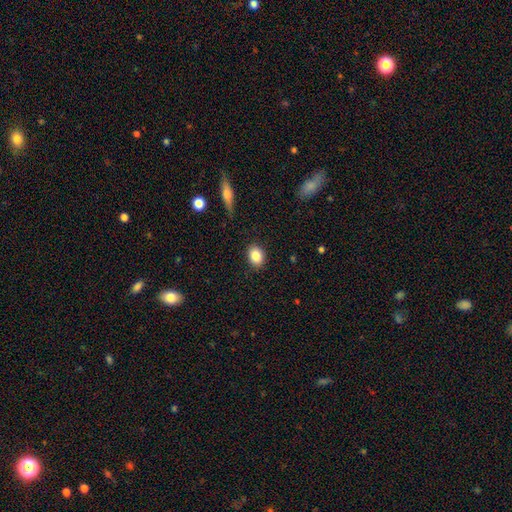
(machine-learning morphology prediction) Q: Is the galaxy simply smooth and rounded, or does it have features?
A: smooth — 86%.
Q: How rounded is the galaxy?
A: in between — 66%.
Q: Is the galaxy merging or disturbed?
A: none — 88%.